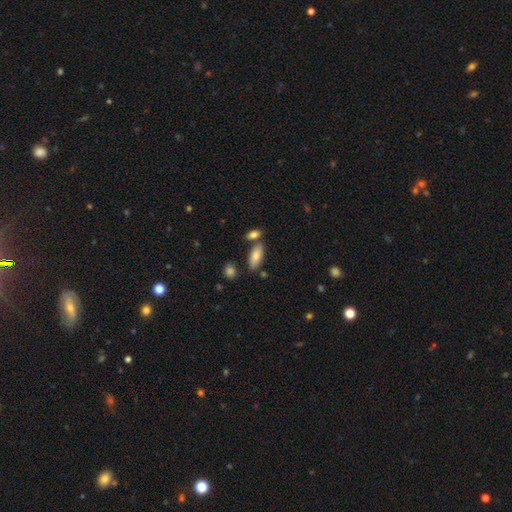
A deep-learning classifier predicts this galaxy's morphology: A smooth galaxy with no disk features (81%) that is in between round and cigar-shaped (80%). Merging: none (70%).